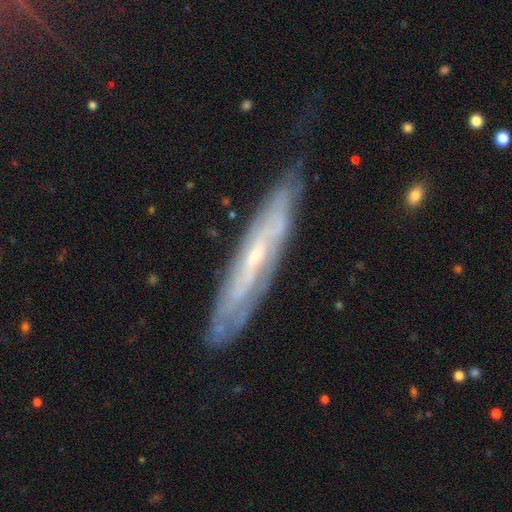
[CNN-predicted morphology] smooth_or_featured: featured or disk (p=0.76) [alt: smooth p=0.17]
disk_edge_on: yes (p=0.51) [alt: no p=0.49]
merging: none (p=0.74) [alt: minor disturbance p=0.20]